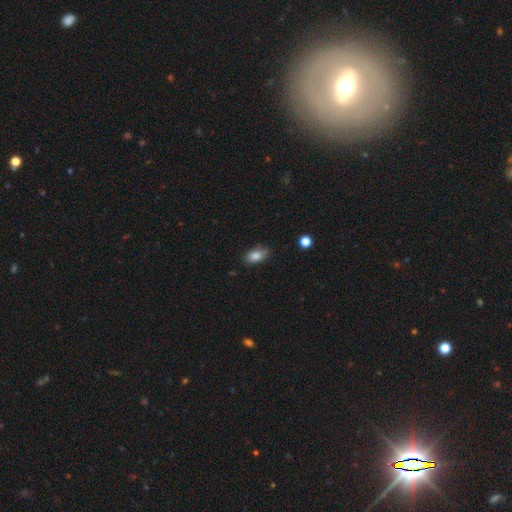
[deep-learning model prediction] Smooth or featured?
  - smooth: 84% *
  - star or artifact: 9%
  - featured or disk: 8%
How rounded?
  - in between: 89% *
  - round: 8%
  - cigar-shaped: 3%
Merging?
  - none: 79% *
  - minor disturbance: 17%
  - major disturbance: 3%
  - merger: 1%